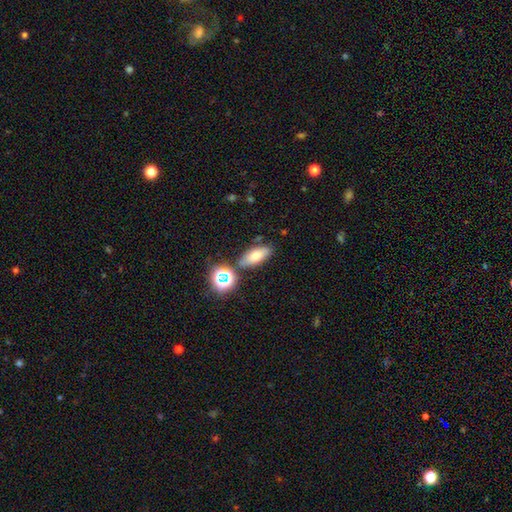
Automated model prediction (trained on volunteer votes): Smooth or featured?
  - smooth: 68% *
  - featured or disk: 18%
  - star or artifact: 14%
How rounded?
  - in between: 73% *
  - cigar-shaped: 19%
  - round: 8%
Merging?
  - none: 78% *
  - minor disturbance: 11%
  - merger: 8%
  - major disturbance: 3%